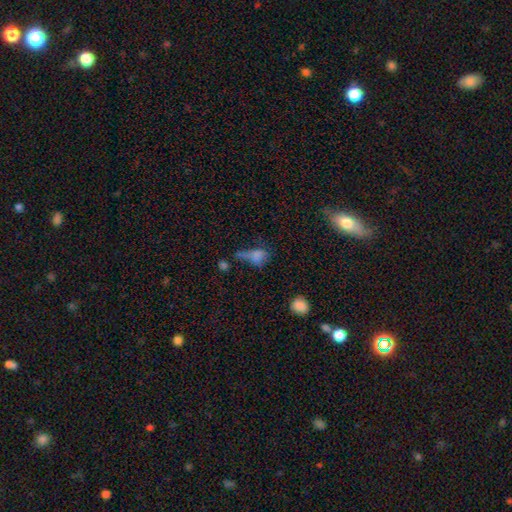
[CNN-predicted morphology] Smooth or featured? smooth (64%)
How rounded? in between (68%)
Merging? major disturbance (31%)